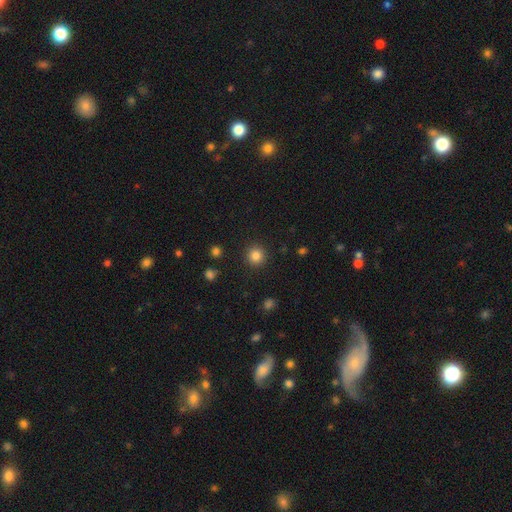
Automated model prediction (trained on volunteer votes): smooth 84%, star or artifact 12%, featured or disk 5%. Down the decision tree: how rounded — round (94%); merging — none (91%).